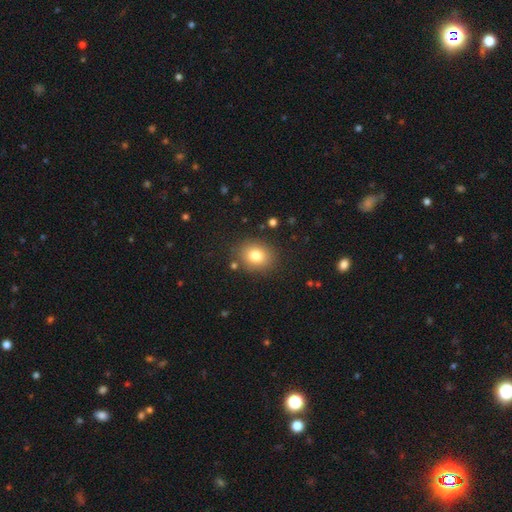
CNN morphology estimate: type=smooth (80%); roundness=round (64%); merging=none (85%).